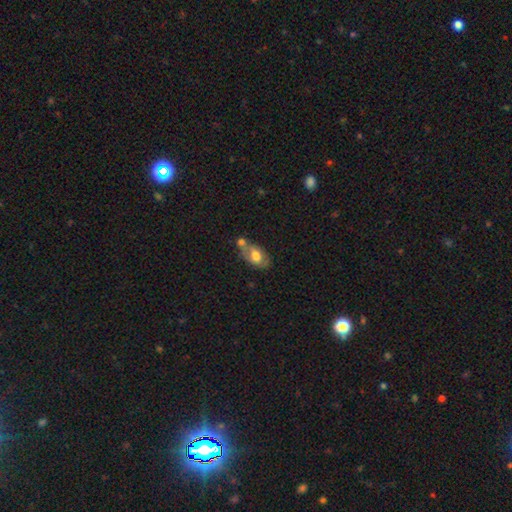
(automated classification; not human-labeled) Smooth or featured: smooth — 64% (featured or disk — 28%)
How rounded: in between — 89% (round — 8%)
Merging: merger — 39% (none — 35%)